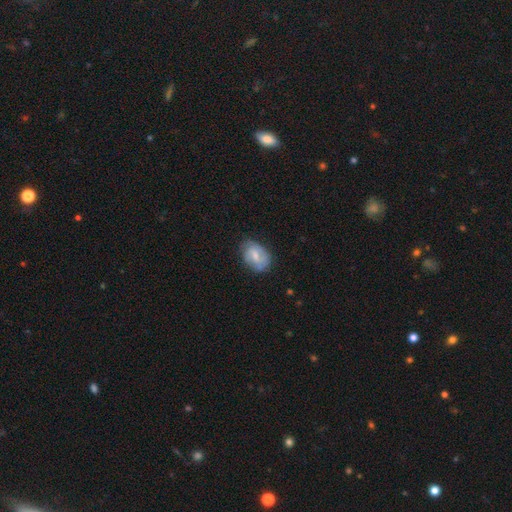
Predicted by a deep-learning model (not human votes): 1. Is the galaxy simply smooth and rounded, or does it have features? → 49% smooth, 44% featured or disk, 7% star or artifact.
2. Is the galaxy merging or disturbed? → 64% none, 25% minor disturbance, 8% major disturbance, 2% merger.